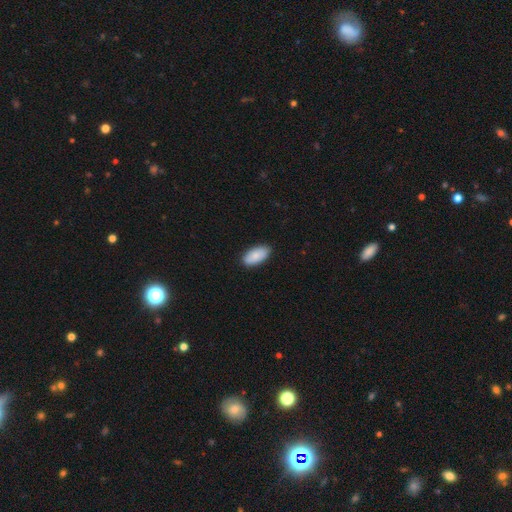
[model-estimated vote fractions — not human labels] Smooth or featured: smooth — 85% (featured or disk — 9%)
How rounded: in between — 94% (cigar-shaped — 4%)
Merging: none — 87% (minor disturbance — 10%)